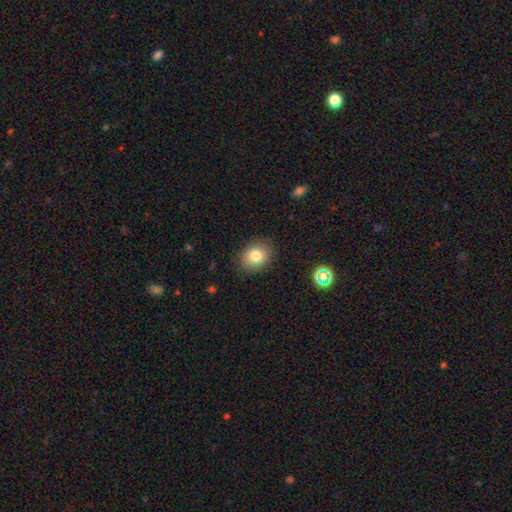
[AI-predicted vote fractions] Overall: smooth (81%). How rounded: round (54%; in between 45%). Merging: none (87%).